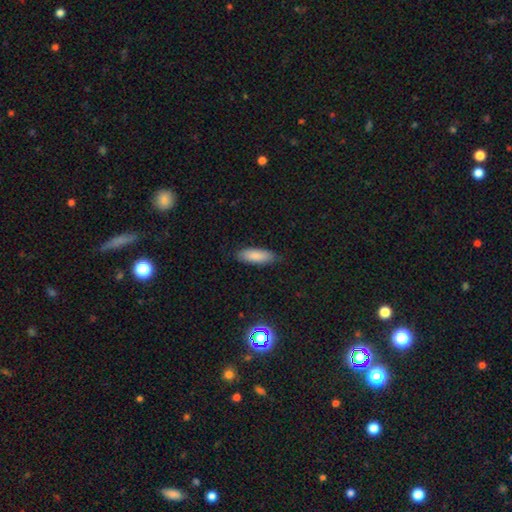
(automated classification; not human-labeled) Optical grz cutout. It shows a smooth galaxy with no disk features (86%) that is in between round and cigar-shaped (66%). Merging: none (83%).